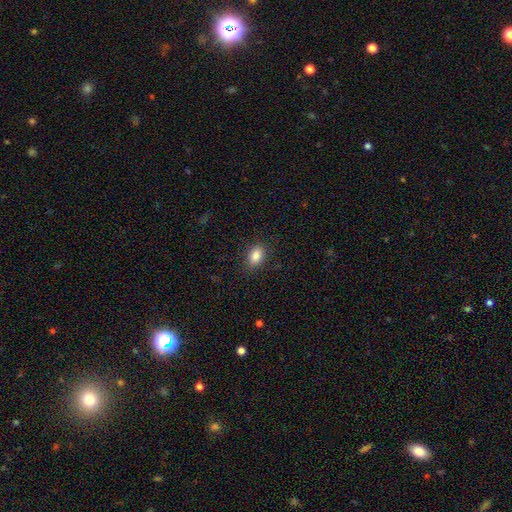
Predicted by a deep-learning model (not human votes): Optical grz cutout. It shows a smooth galaxy with no disk features (86%) that is in between round and cigar-shaped (86%). Merging: none (87%).